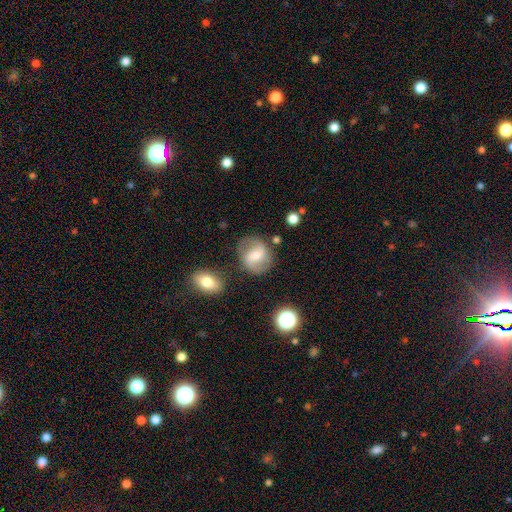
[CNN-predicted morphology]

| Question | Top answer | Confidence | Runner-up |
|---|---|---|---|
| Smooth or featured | featured or disk | 62% | smooth (30%) |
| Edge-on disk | no | 97% | yes (3%) |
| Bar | weak | 47% | no (29%) |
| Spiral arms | yes | 87% | no (13%) |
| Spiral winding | medium | 45% | loose (39%) |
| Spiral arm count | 2 | 89% | can't tell (6%) |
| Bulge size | moderate | 50% | small (40%) |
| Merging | none | 76% | minor disturbance (14%) |